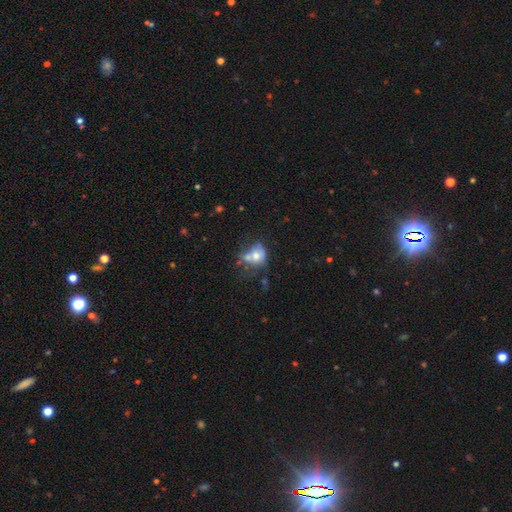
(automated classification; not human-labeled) smooth 63%, featured or disk 26%, star or artifact 11%. Down the decision tree: how rounded — round (52%); merging — merger (36%).